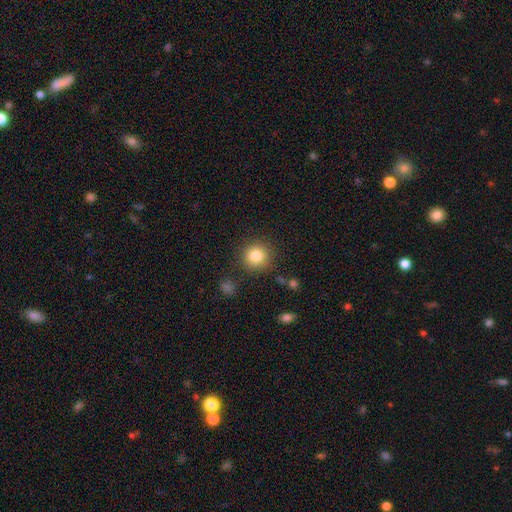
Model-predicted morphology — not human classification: This is clearly a smooth galaxy (84%). How rounded: clearly round (91%). Merging: clearly none (85%).